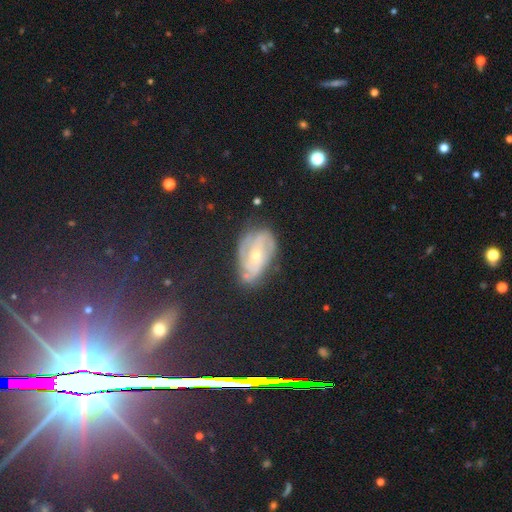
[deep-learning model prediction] This appears to be a featured or disk galaxy (69%) with no bar (61%), tight (53%) spiral arms (92%) and a small central bulge (61%). Merging: none (68%).